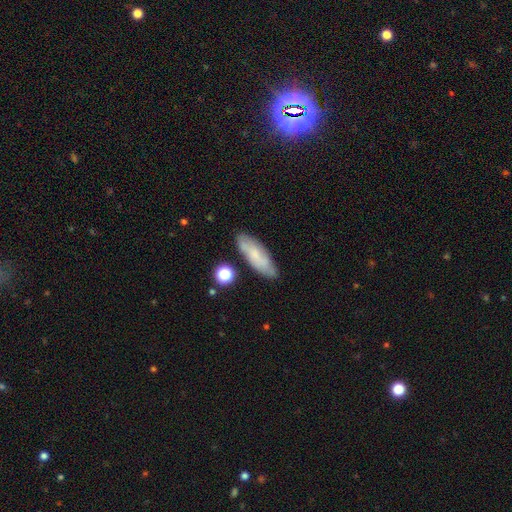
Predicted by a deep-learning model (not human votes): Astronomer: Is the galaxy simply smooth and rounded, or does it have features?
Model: smooth — 61%.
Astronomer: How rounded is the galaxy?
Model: in between — 55% (runner-up: cigar-shaped, 43%).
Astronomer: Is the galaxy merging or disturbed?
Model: none — 75%.